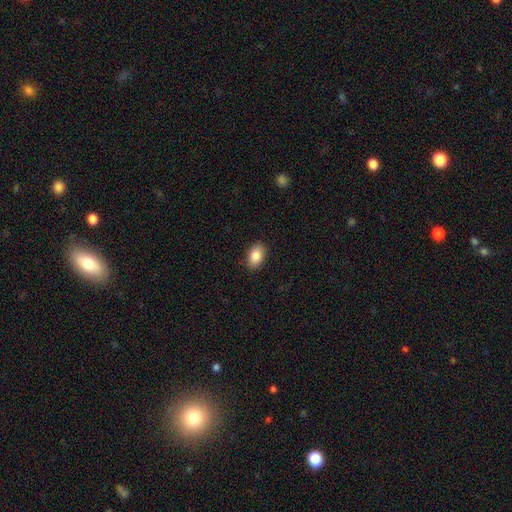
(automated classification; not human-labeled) The model was most divided on "how rounded": in between: 88%, round: 10%, cigar-shaped: 1%. More confident: merging — none (89%); smooth or featured — smooth (86%).